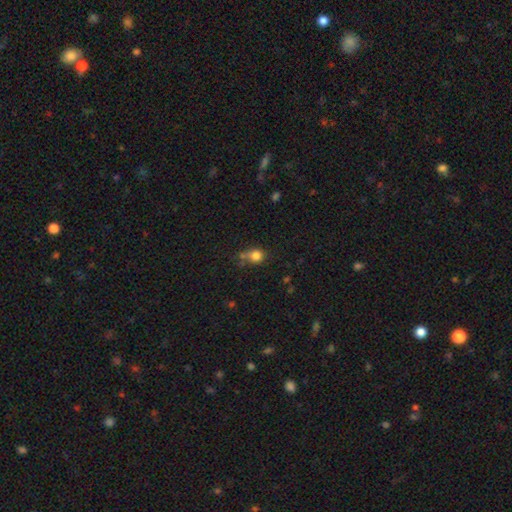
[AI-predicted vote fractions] The model was most divided on "merging": none: 50%, minor disturbance: 23%, merger: 17%, major disturbance: 10%. More confident: smooth or featured — smooth (79%); how rounded — round (75%).